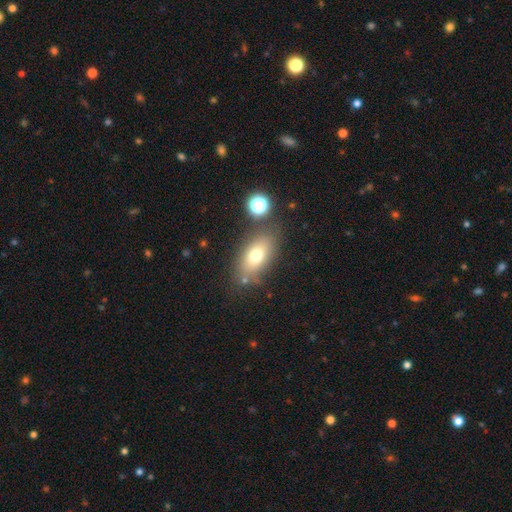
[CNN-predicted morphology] This is likely a smooth galaxy (70%). How rounded: clearly in between (83%). Merging: likely none (74%).